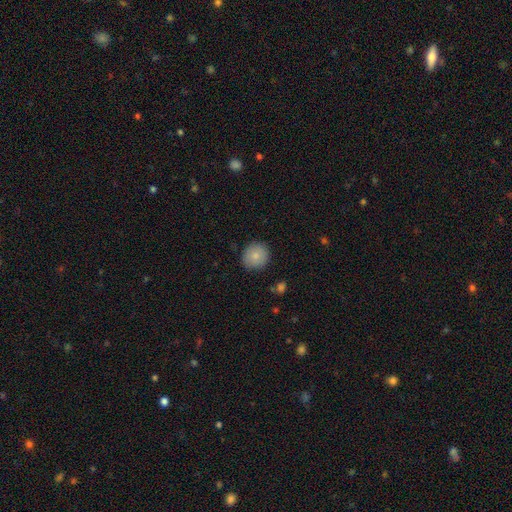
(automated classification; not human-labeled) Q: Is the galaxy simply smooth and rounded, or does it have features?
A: smooth — 83%.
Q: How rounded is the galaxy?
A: round — 89%.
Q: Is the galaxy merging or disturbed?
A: none — 87%.